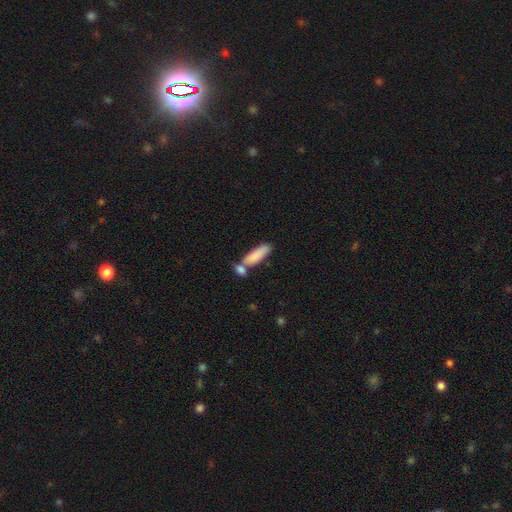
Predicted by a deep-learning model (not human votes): Q: Smooth or featured?
A: smooth (83%); runner-up: featured or disk (11%)
Q: How rounded?
A: in between (50%); runner-up: cigar-shaped (48%)
Q: Merging?
A: none (48%); runner-up: merger (34%)